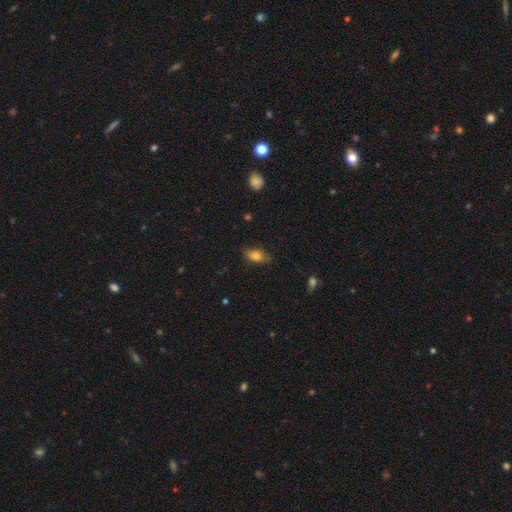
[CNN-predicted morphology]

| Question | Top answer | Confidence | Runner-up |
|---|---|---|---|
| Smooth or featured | smooth | 80% | featured or disk (11%) |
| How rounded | in between | 87% | round (8%) |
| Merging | none | 79% | minor disturbance (16%) |